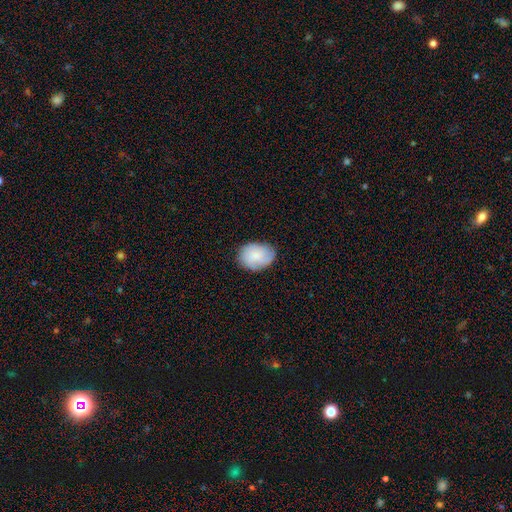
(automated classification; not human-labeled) The model was most divided on "how rounded": in between: 73%, round: 26%, cigar-shaped: 1%. More confident: merging — none (78%); smooth or featured — smooth (73%).